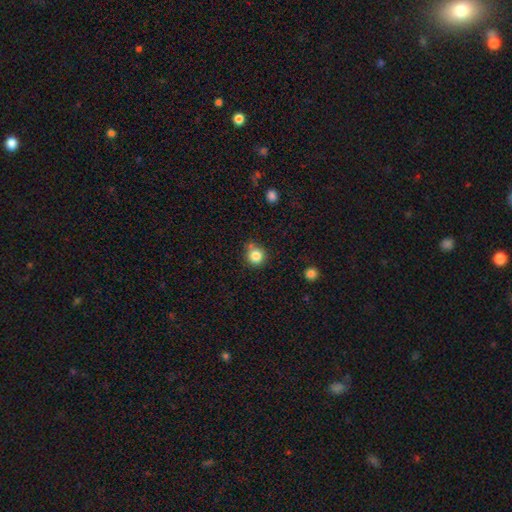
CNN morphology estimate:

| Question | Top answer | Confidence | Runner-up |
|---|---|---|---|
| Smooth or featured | smooth | 83% | star or artifact (11%) |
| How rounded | round | 90% | in between (9%) |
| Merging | none | 71% | minor disturbance (16%) |